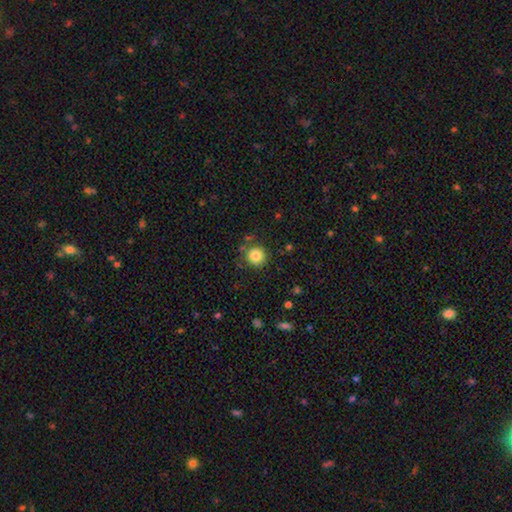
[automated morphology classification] The model was most divided on "smooth or featured": smooth: 83%, star or artifact: 11%, featured or disk: 6%. More confident: how rounded — round (94%); merging — none (85%).